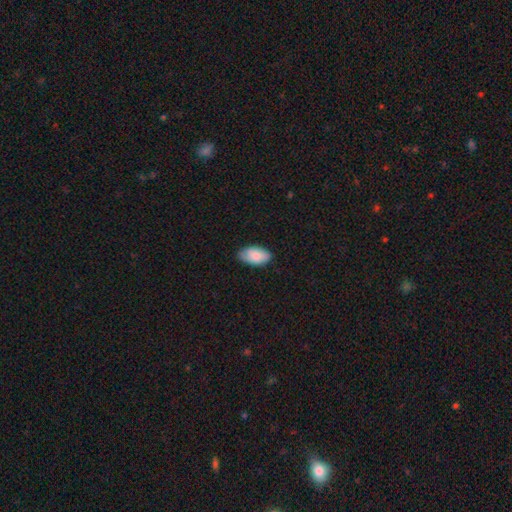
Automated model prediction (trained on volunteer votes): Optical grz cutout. It shows a smooth galaxy with no disk features (85%) that is in between round and cigar-shaped (95%). Merging: none (78%).